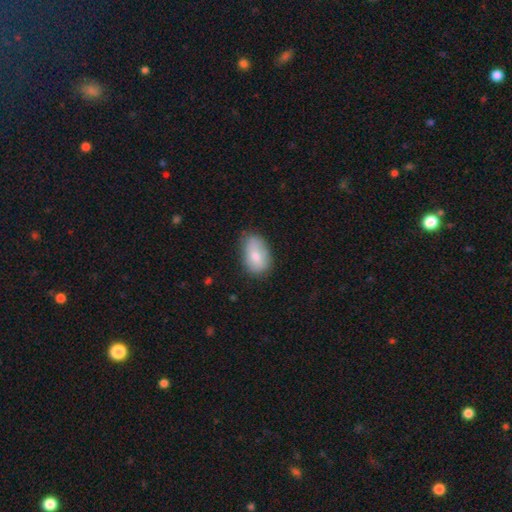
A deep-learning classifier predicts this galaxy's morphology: The model was most divided on "merging": none: 64%, minor disturbance: 28%, major disturbance: 6%, merger: 2%. More confident: how rounded — in between (89%); smooth or featured — smooth (75%).